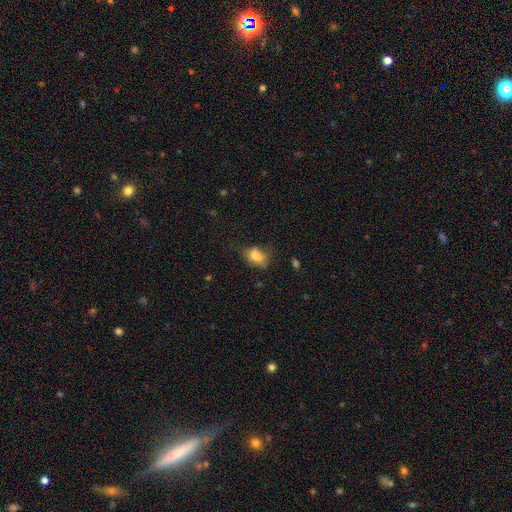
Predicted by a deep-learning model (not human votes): smooth-or-featured: smooth: 75% | featured or disk: 15% | star or artifact: 10%
  how-rounded: in between: 77% | round: 20% | cigar-shaped: 3%
  merging: none: 48% | minor disturbance: 33% | major disturbance: 17% | merger: 2%